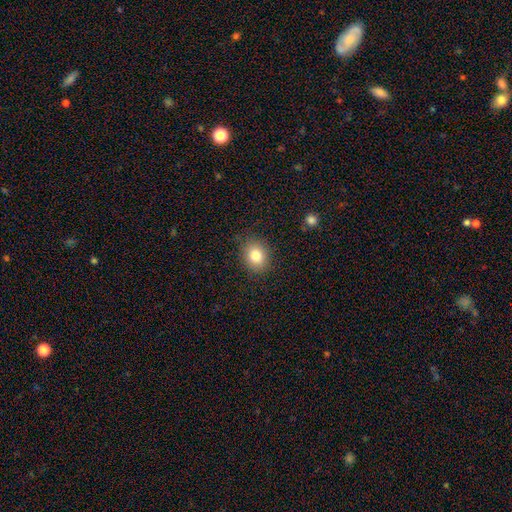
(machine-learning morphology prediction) smooth-or-featured: smooth: 82% | star or artifact: 10% | featured or disk: 8%
  how-rounded: round: 58% | in between: 41% | cigar-shaped: 1%
  merging: none: 86% | minor disturbance: 10% | major disturbance: 3% | merger: 1%